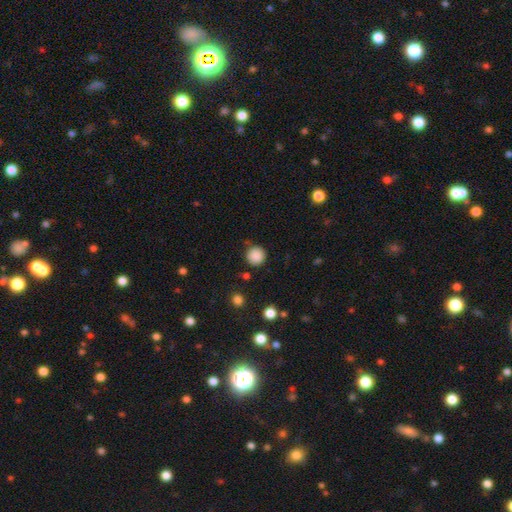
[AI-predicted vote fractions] smooth_or_featured: smooth (p=0.87) [alt: star or artifact p=0.10]
how_rounded: round (p=0.95) [alt: in between p=0.04]
merging: none (p=0.87) [alt: minor disturbance p=0.08]